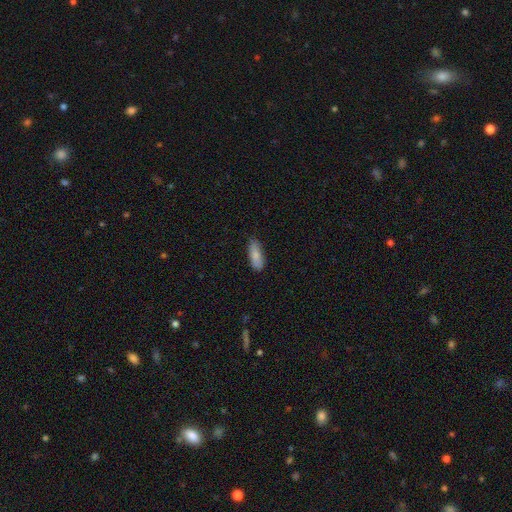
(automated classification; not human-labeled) A smooth galaxy with no disk features (81%) that is in between round and cigar-shaped (72%). Merging: none (80%).